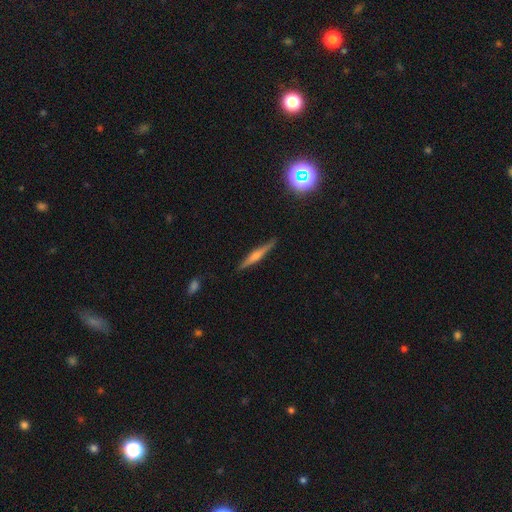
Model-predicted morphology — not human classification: type=featured or disk (67%); edge-on=yes (97%); edge-on bulge=rounded (76%); merging=none (89%).